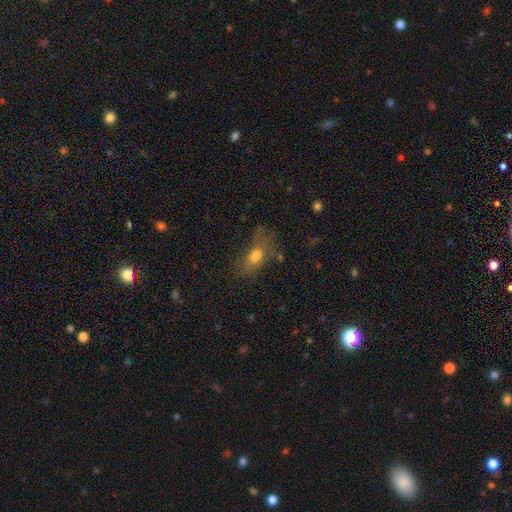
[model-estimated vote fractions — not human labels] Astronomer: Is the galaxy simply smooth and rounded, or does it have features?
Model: smooth — 68%.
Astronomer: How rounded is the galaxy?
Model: in between — 79%.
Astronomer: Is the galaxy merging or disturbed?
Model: none — 39% (runner-up: major disturbance, 30%).